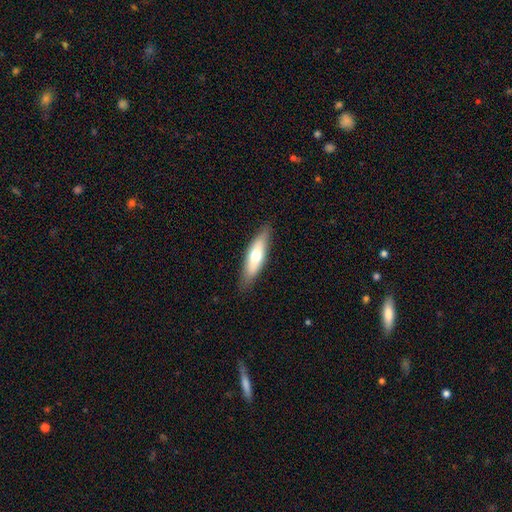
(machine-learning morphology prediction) smooth_or_featured: smooth (p=0.59) [alt: featured or disk p=0.36]
how_rounded: cigar-shaped (p=0.58) [alt: in between p=0.40]
merging: none (p=0.86) [alt: minor disturbance p=0.11]